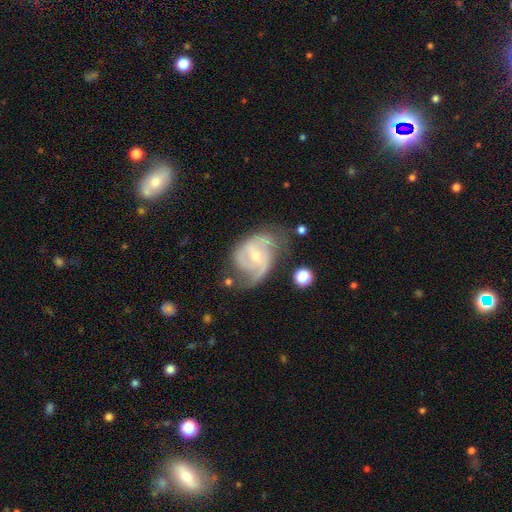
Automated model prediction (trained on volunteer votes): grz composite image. It shows a featured or disk galaxy (82%) with a weak bar (47%), 2 (55%) medium (47%) spiral arms (92%) and a small central bulge (58%). Merging: none (47%).